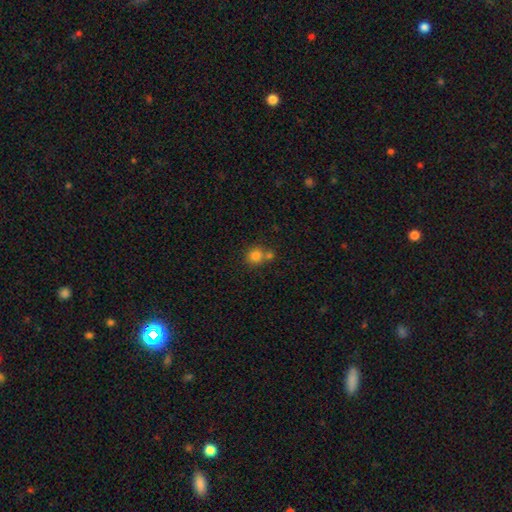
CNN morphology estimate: Overall: smooth (81%). How rounded: round (86%). Merging: none (54%; merger 34%).